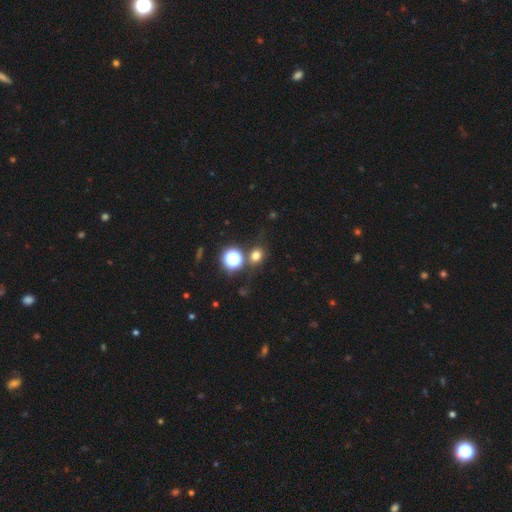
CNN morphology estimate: smooth 71%, star or artifact 22%, featured or disk 7%. Down the decision tree: how rounded — round (72%); merging — none (74%).